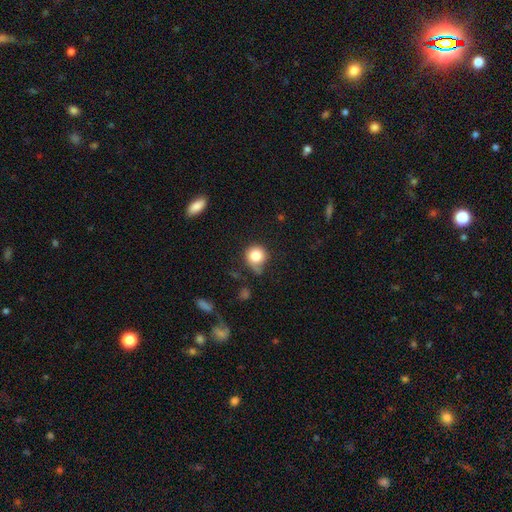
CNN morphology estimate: smooth-or-featured: smooth: 81% | star or artifact: 9% | featured or disk: 9%
  how-rounded: round: 88% | in between: 11% | cigar-shaped: 1%
  merging: none: 55% | minor disturbance: 30% | major disturbance: 11% | merger: 4%